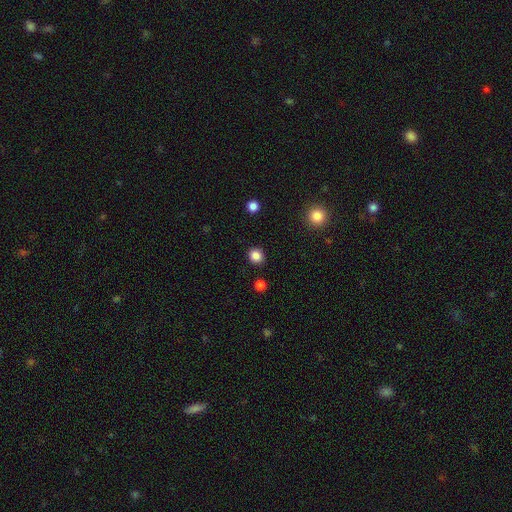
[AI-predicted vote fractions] Overall: smooth (85%). How rounded: round (84%). Merging: none (91%).